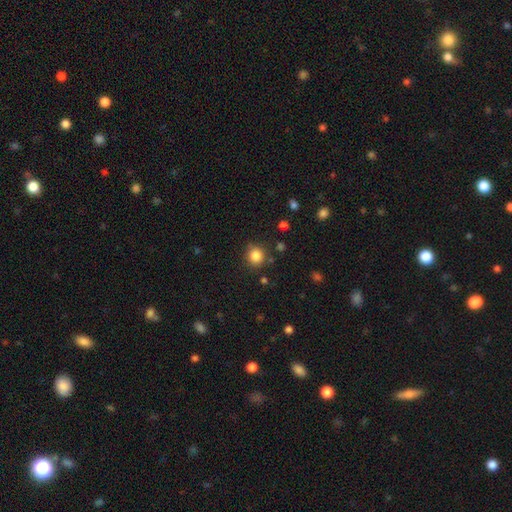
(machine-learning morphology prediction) A smooth galaxy with no disk features (84%) that is round (89%). Merging: none (84%).